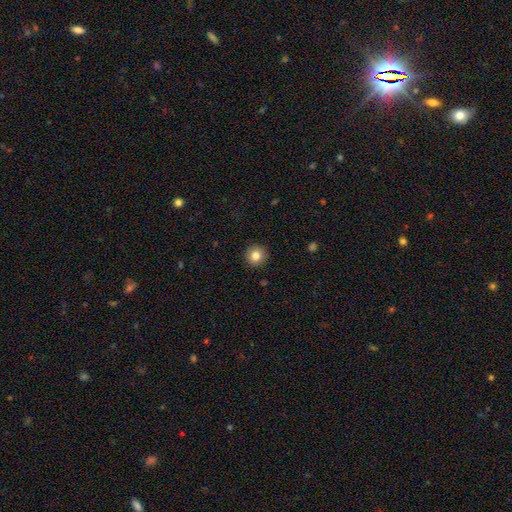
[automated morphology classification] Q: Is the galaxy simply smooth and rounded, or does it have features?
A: smooth — 83%.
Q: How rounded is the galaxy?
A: round — 95%.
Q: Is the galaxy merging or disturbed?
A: none — 93%.